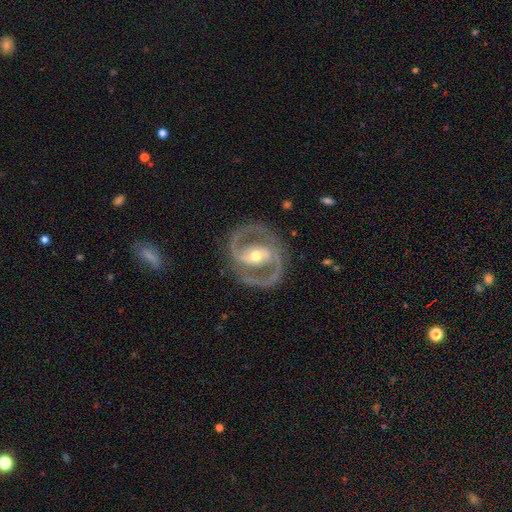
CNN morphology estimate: A featured or disk galaxy (89%) with a weak bar (36%, tied with strong), 2 (91%) medium (57%) spiral arms (90%) and a moderate central bulge (65%). Merging: none (82%).